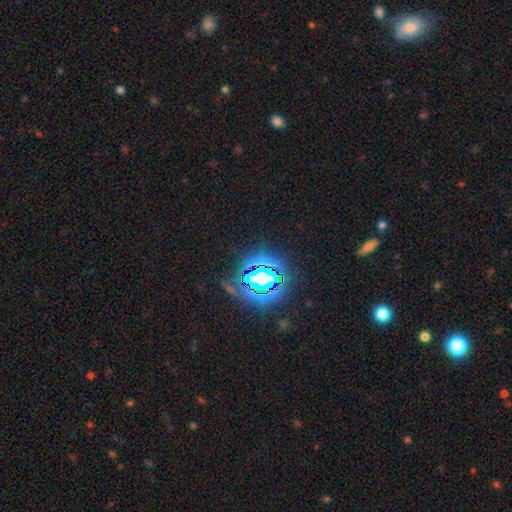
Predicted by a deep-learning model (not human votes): A star or artifact, not a galaxy (80%).